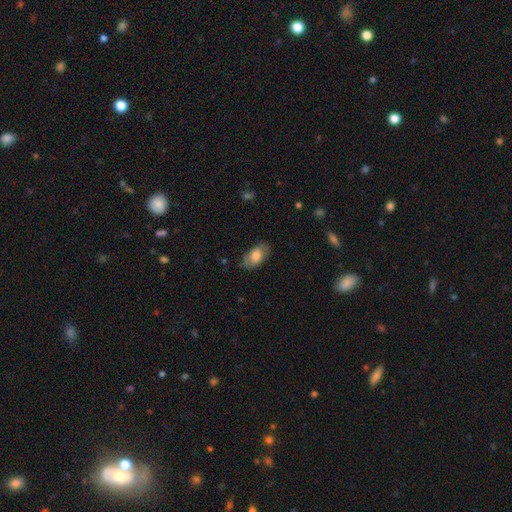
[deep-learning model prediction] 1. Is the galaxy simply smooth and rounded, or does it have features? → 74% smooth, 20% featured or disk, 6% star or artifact.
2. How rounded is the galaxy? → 93% in between, 5% round, 2% cigar-shaped.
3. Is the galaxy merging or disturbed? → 79% none, 16% minor disturbance, 5% major disturbance, 1% merger.